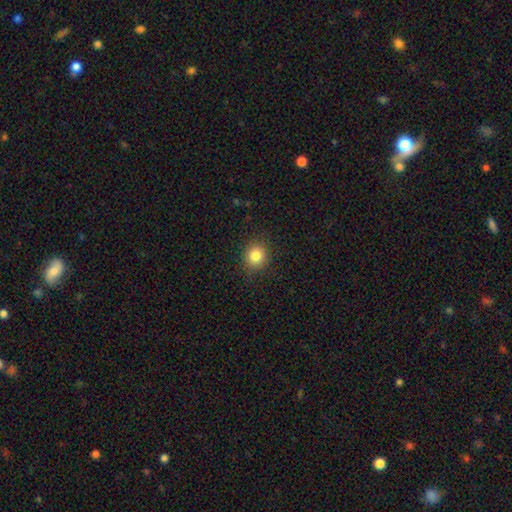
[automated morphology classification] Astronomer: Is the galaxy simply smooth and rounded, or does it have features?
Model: smooth — 82%.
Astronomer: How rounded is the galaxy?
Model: round — 81%.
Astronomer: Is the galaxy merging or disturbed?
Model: none — 88%.